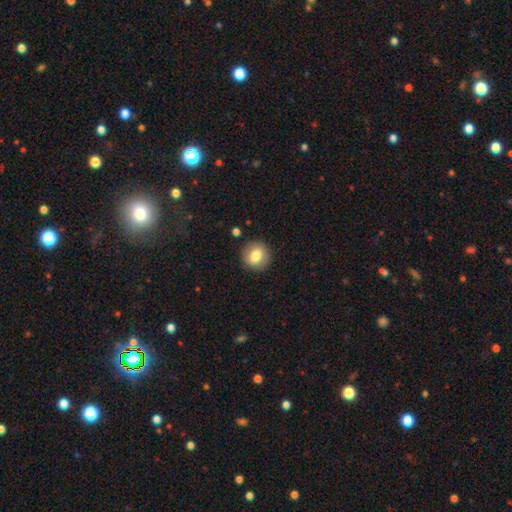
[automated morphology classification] Overall: smooth (79%). How rounded: round (91%). Merging: none (90%).